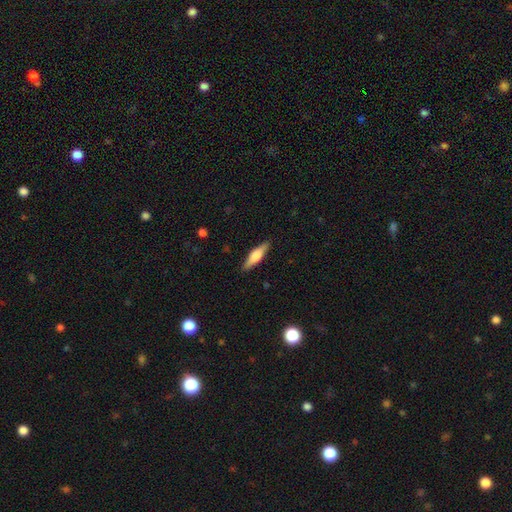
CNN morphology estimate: type=smooth (51%); roundness=cigar-shaped (67%); merging=none (89%).